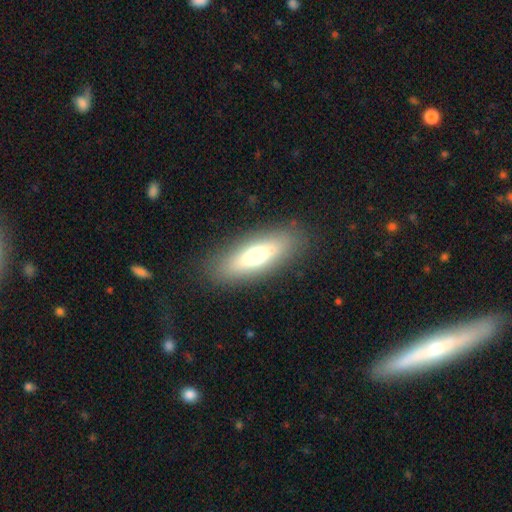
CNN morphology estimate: smooth_or_featured: smooth (p=0.60) [alt: featured or disk p=0.32]
how_rounded: in between (p=0.58) [alt: cigar-shaped p=0.39]
merging: none (p=0.86) [alt: minor disturbance p=0.09]